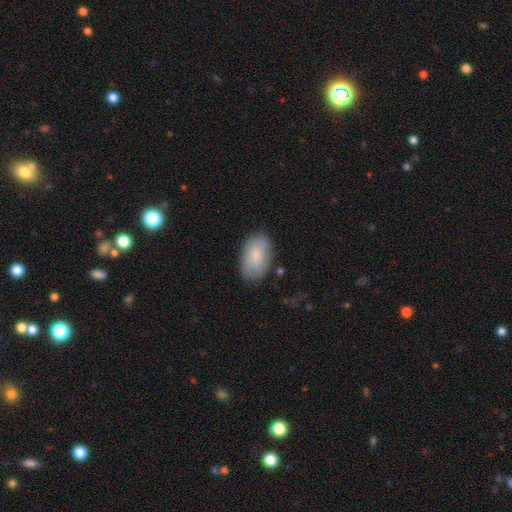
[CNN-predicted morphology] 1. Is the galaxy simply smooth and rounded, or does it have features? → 78% smooth, 16% featured or disk, 6% star or artifact.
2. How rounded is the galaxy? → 93% in between, 6% round, 1% cigar-shaped.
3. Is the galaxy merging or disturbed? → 76% none, 18% minor disturbance, 4% major disturbance, 2% merger.